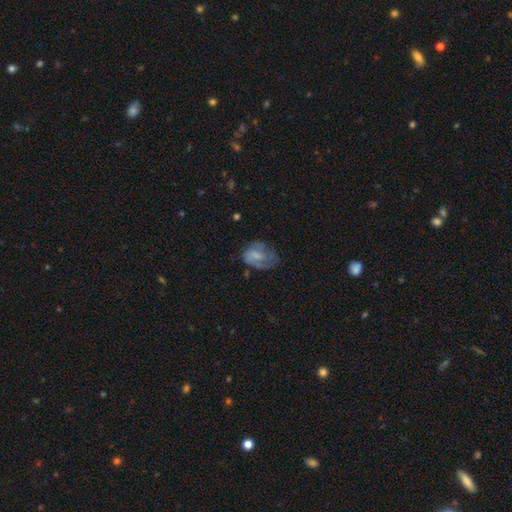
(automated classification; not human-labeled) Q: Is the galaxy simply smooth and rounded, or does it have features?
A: featured or disk — 50%.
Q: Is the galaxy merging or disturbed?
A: none — 40%.